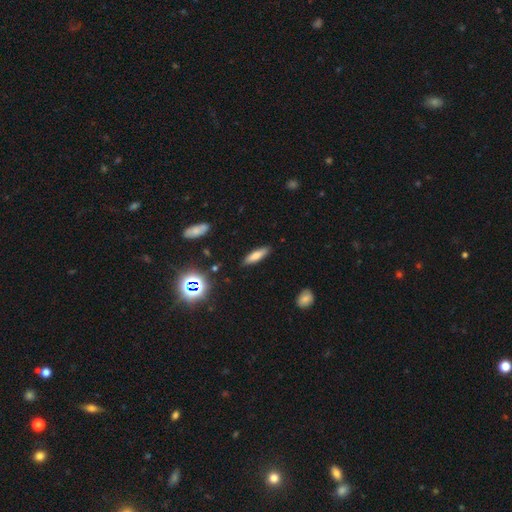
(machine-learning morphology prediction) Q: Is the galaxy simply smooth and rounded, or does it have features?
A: smooth — 69%.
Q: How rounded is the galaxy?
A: cigar-shaped — 63%.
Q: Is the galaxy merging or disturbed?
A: none — 87%.